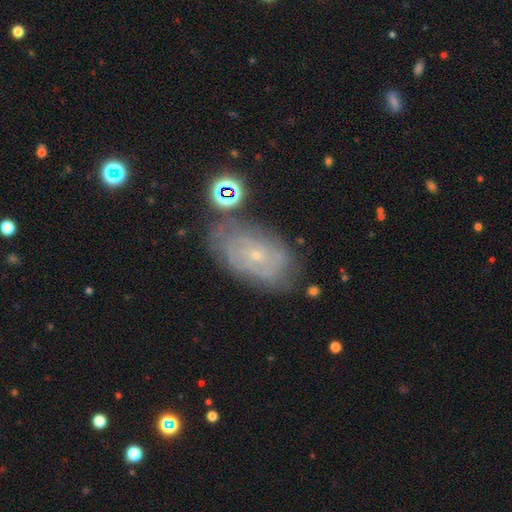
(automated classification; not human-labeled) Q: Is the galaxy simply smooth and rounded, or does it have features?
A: featured or disk — 70%.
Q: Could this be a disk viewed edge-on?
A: no — 94%.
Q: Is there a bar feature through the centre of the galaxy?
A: no — 75%.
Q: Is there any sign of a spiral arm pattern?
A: yes — 82%.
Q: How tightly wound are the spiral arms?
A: tight — 69%.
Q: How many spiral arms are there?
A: can't tell — 57%.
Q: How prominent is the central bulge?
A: small — 84%.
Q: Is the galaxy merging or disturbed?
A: none — 69%.